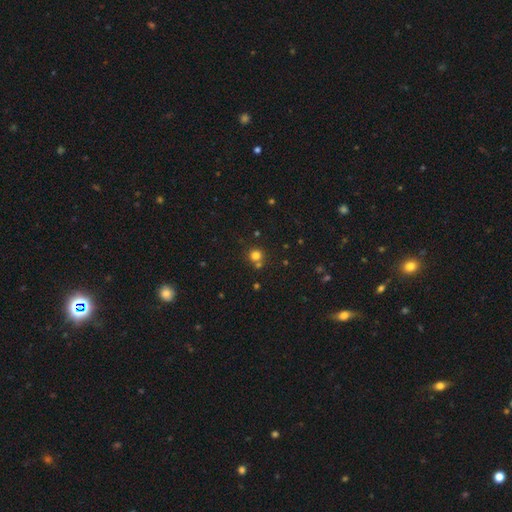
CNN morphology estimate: This appears to be a smooth galaxy with no disk features (77%) that is round (91%). Merging: none (70%).